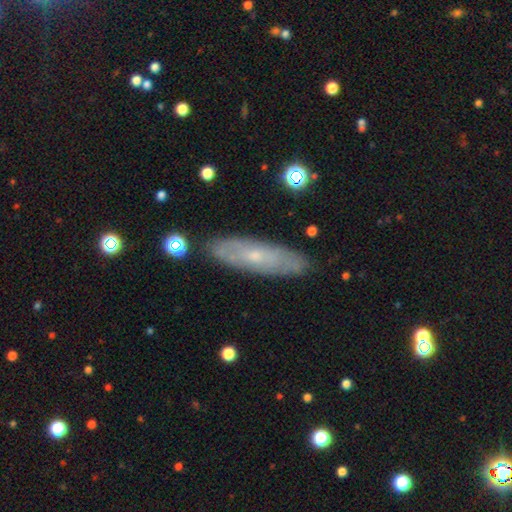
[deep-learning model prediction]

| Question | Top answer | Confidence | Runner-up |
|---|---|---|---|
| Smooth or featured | featured or disk | 55% | smooth (38%) |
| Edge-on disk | no | 65% | yes (35%) |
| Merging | none | 85% | minor disturbance (11%) |